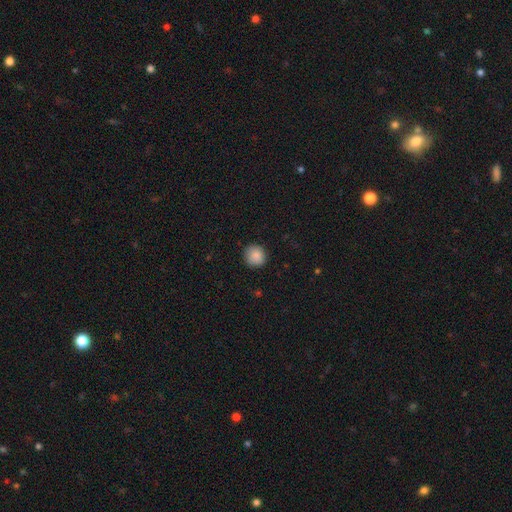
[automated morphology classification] smooth 87%, star or artifact 8%, featured or disk 5%. Down the decision tree: how rounded — round (91%); merging — none (88%).